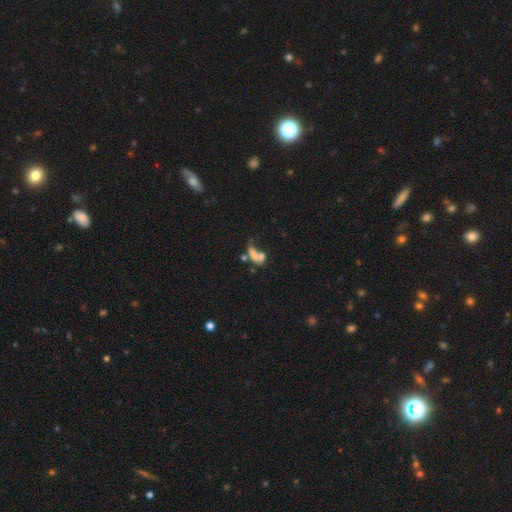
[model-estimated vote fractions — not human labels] A smooth galaxy with no disk features (56%) that is in between round and cigar-shaped (69%). Merging: merger (49%).